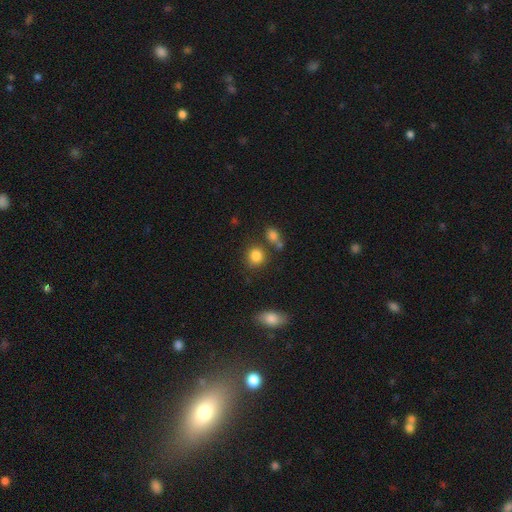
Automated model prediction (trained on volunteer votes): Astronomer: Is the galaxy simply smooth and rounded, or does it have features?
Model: smooth — 84%.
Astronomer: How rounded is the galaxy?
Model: round — 79%.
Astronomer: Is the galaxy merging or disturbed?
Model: none — 76%.